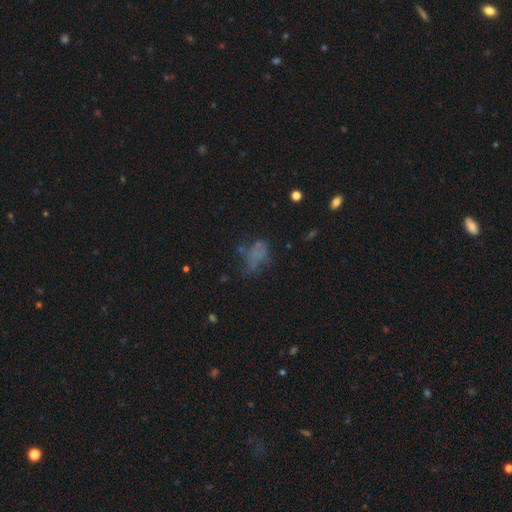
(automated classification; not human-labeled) This is possibly a smooth galaxy (53%). How rounded: likely in between (79%). Merging: marginally none (38%).